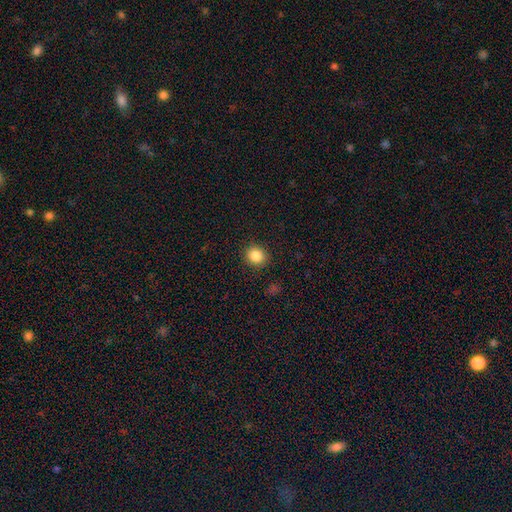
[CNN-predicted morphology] smooth_or_featured: smooth (p=0.85) [alt: star or artifact p=0.10]
how_rounded: round (p=0.79) [alt: in between p=0.20]
merging: none (p=0.89) [alt: minor disturbance p=0.07]